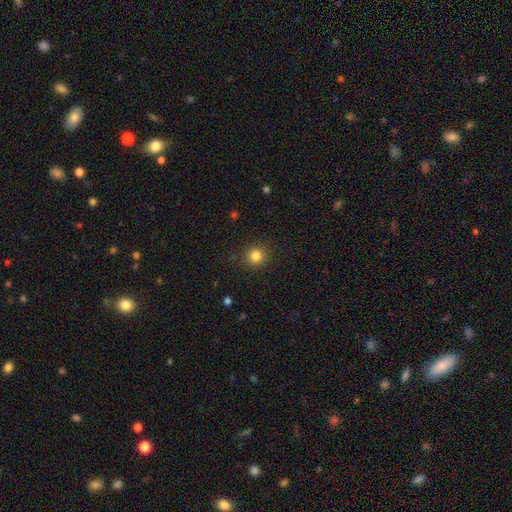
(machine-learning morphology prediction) Smooth or featured? Predicted: smooth (p=0.82). How rounded? Predicted: round (p=0.89). Merging? Predicted: none (p=0.90).